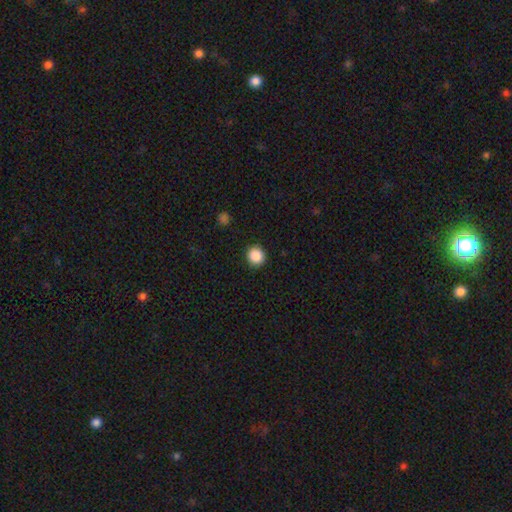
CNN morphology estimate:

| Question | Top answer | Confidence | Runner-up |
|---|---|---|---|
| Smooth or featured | smooth | 88% | star or artifact (10%) |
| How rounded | round | 91% | in between (8%) |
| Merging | none | 91% | minor disturbance (6%) |